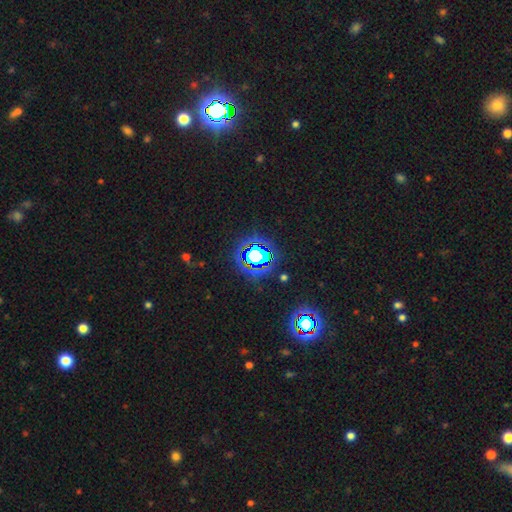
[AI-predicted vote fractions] Morphology: type=star or artifact (66%).